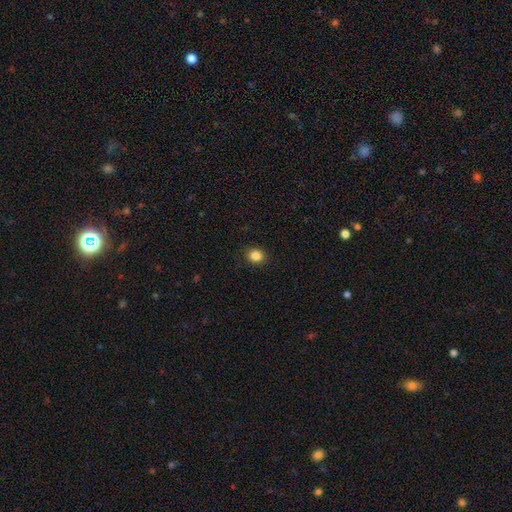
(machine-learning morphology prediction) This is clearly a smooth galaxy (85%). How rounded: likely round (73%). Merging: clearly none (90%).